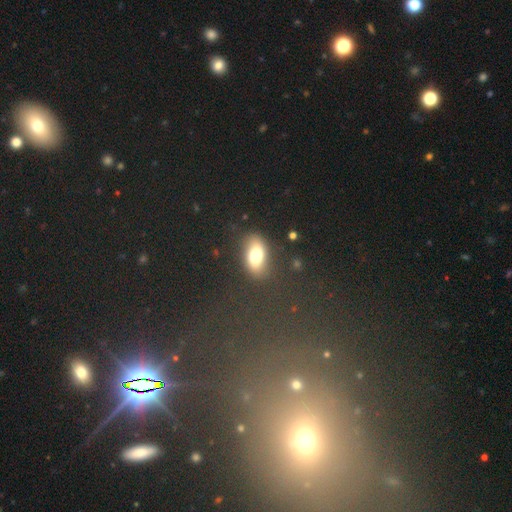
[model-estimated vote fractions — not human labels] Smooth or featured? Predicted: smooth (p=0.71). How rounded? Predicted: in between (p=0.86). Merging? Predicted: none (p=0.78).